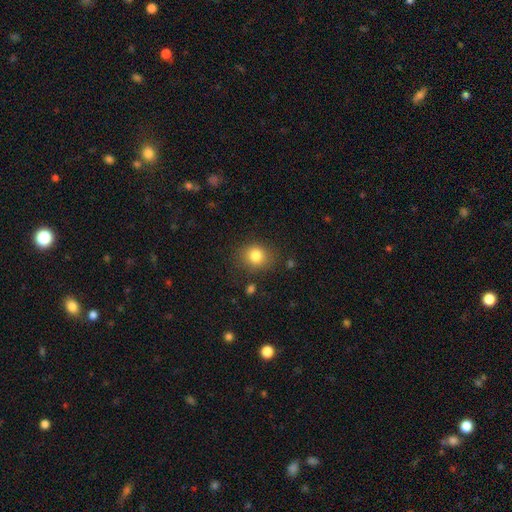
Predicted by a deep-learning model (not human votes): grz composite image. It shows a smooth galaxy with no disk features (82%) that is round (68%). Merging: none (83%).